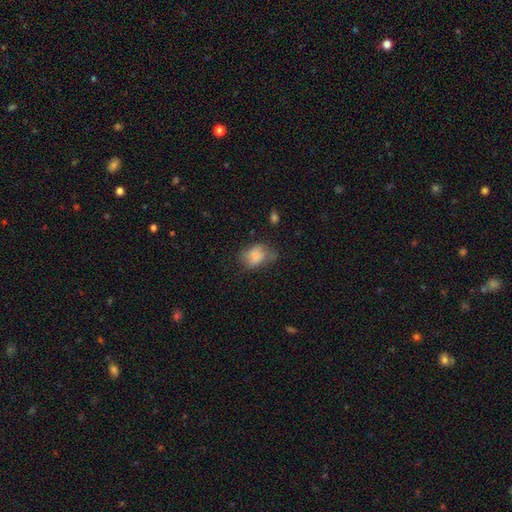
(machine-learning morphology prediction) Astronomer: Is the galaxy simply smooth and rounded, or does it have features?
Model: smooth — 76%.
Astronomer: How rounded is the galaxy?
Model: in between — 72%.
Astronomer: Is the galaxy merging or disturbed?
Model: none — 43% (runner-up: minor disturbance, 35%).